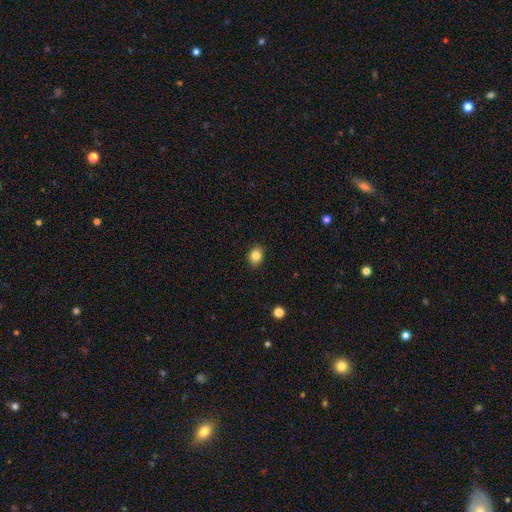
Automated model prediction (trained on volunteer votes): A smooth galaxy with no disk features (83%) that is in between round and cigar-shaped (51%). Merging: none (90%).